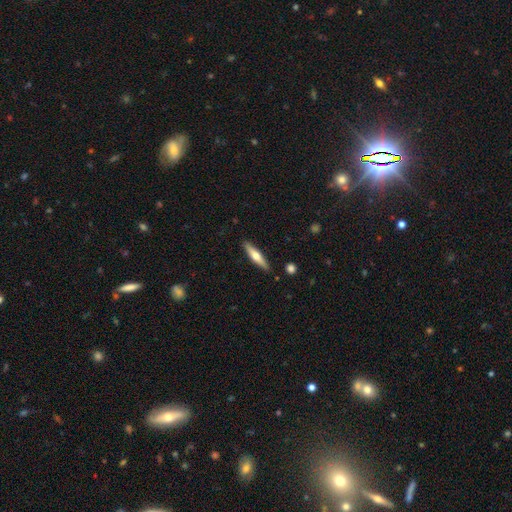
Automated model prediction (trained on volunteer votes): Smooth or featured?
  - smooth: 49% *
  - featured or disk: 46%
  - star or artifact: 6%
Merging?
  - none: 88% *
  - minor disturbance: 9%
  - merger: 2%
  - major disturbance: 2%